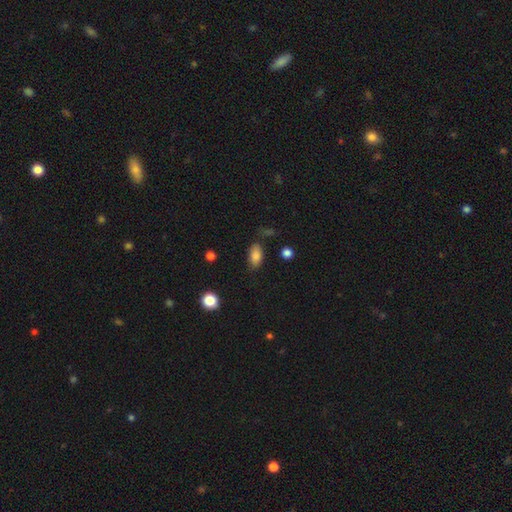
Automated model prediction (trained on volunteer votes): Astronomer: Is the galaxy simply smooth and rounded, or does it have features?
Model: smooth — 84%.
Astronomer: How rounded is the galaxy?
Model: in between — 90%.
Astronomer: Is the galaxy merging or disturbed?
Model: none — 77%.